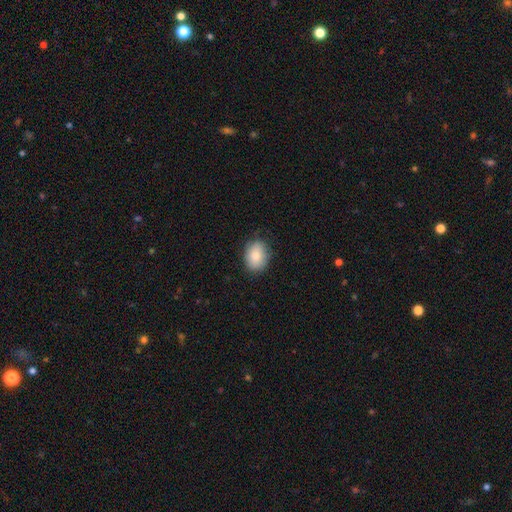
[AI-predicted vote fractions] A smooth galaxy with no disk features (83%) that is in between round and cigar-shaped (72%).

Vote fractions:
- Smooth or featured? smooth: 83% / featured or disk: 10% / star or artifact: 7%
- How rounded? in between: 72% / round: 27% / cigar-shaped: 1%
- Merging? none: 78% / minor disturbance: 18% / major disturbance: 4% / merger: 1%